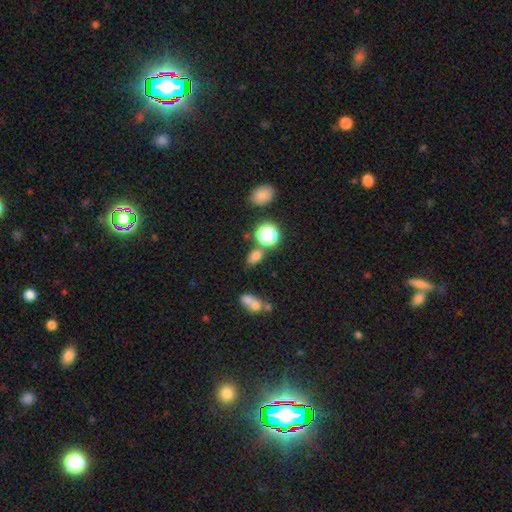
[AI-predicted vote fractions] The model was most divided on "how rounded": in between: 64%, round: 33%, cigar-shaped: 2%. More confident: smooth or featured — smooth (71%); merging — none (66%).